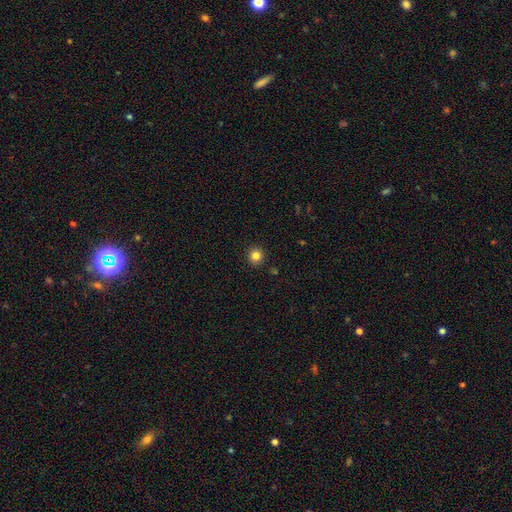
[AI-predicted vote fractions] smooth 83%, star or artifact 12%, featured or disk 5%. Down the decision tree: how rounded — round (94%); merging — none (92%).